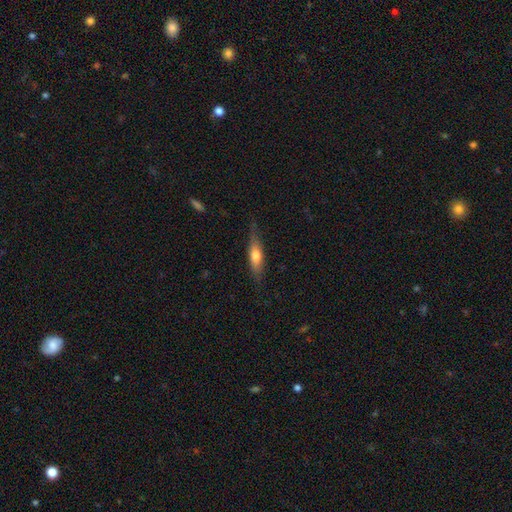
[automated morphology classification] The model was most divided on "how rounded": cigar-shaped: 60%, in between: 37%, round: 2%. More confident: merging — none (73%); smooth or featured — smooth (62%).